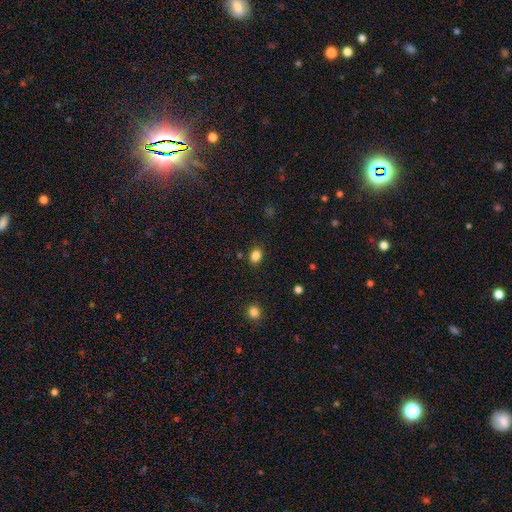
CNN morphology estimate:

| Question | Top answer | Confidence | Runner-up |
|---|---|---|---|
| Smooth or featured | smooth | 84% | star or artifact (11%) |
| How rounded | in between | 65% | round (34%) |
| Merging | none | 86% | minor disturbance (10%) |